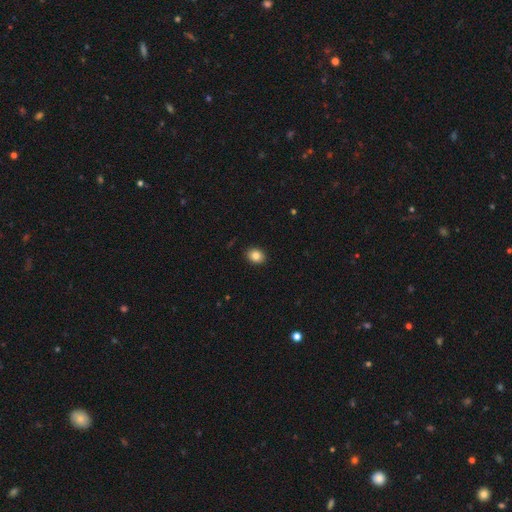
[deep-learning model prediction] smooth 84%, star or artifact 9%, featured or disk 7%. Down the decision tree: how rounded — in between (53%); merging — none (91%).